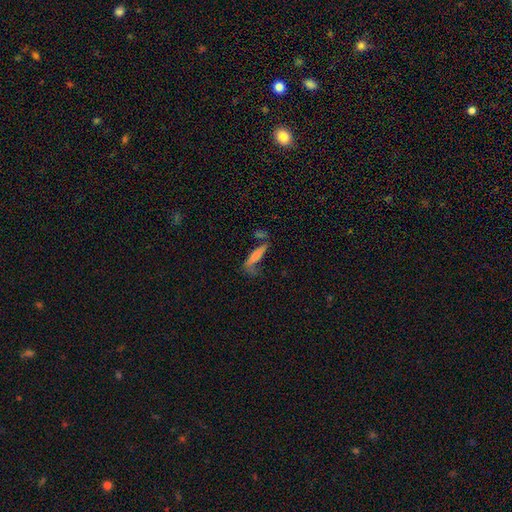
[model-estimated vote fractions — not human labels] Smooth or featured?
  - smooth: 60% *
  - featured or disk: 31%
  - star or artifact: 9%
How rounded?
  - cigar-shaped: 78% *
  - in between: 20%
  - round: 2%
Merging?
  - none: 46% *
  - minor disturbance: 24%
  - major disturbance: 16%
  - merger: 14%